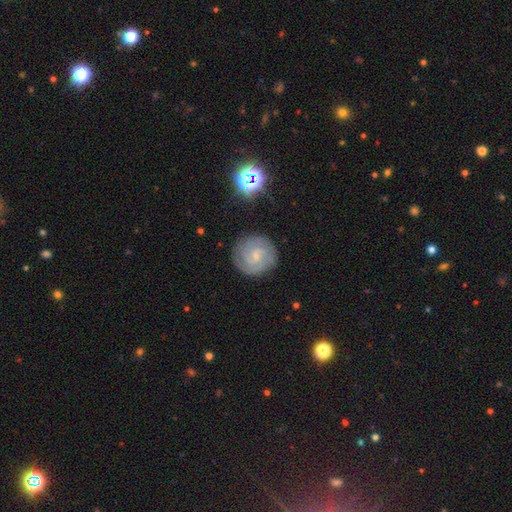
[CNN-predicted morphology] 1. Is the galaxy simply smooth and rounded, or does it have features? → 76% featured or disk, 17% smooth, 7% star or artifact.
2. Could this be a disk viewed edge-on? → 98% no, 2% yes.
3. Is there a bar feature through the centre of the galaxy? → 50% no, 44% weak, 7% strong.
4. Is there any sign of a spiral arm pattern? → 95% yes, 5% no.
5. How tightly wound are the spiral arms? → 66% tight, 29% medium, 6% loose.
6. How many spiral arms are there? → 36% 2, 24% can't tell, 24% 3, 7% 4, 5% 1, 4% more than 4.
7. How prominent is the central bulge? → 73% small, 16% moderate, 10% none, 1% large, 1% dominant.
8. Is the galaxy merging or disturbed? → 82% none, 13% minor disturbance, 4% major disturbance, 2% merger.